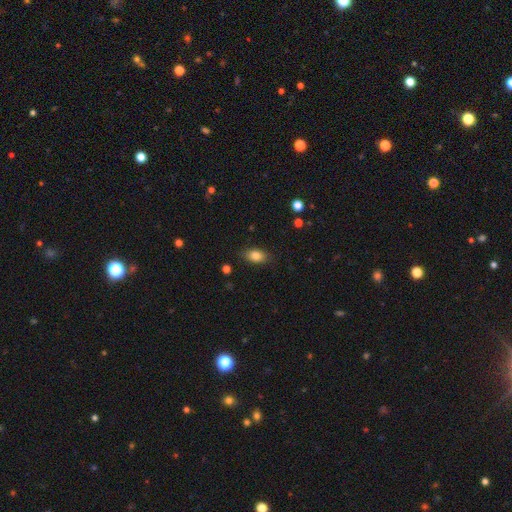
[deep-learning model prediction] Morphology: type=smooth (84%); roundness=in between (84%); merging=none (82%).